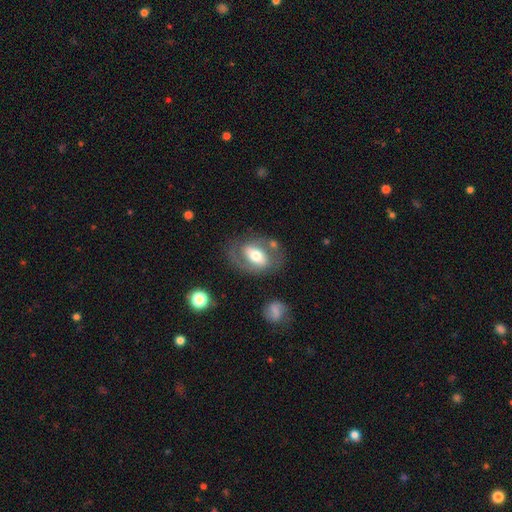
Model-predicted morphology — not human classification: Smooth or featured? Predicted: featured or disk (p=0.58). Edge-on disk? Predicted: no (p=0.92). Bar? Predicted: strong (p=0.38). Spiral arms? Predicted: yes (p=0.61). Bulge size? Predicted: moderate (p=0.65). Merging? Predicted: none (p=0.65).